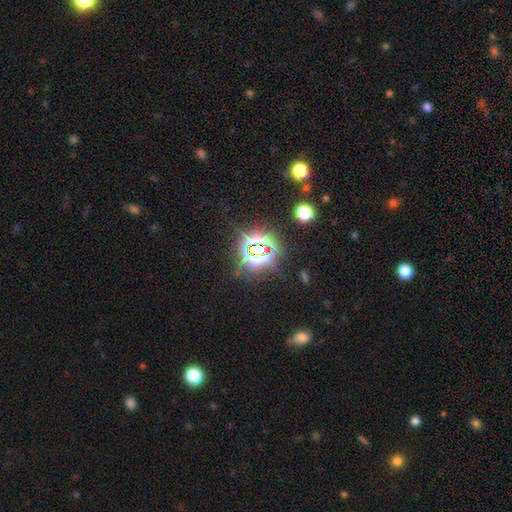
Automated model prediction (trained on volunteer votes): A star or artifact, not a galaxy (78%).